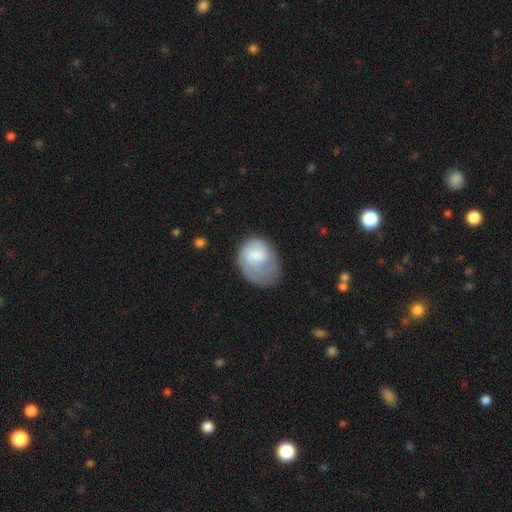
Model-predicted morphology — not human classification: The model was most divided on "merging": none: 37%, major disturbance: 32%, minor disturbance: 29%, merger: 3%. More confident: smooth or featured — smooth (55%); how rounded — in between (54%).